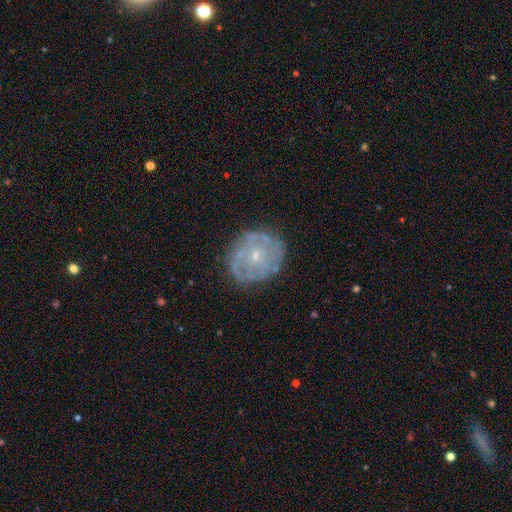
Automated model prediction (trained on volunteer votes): This appears to be a featured or disk galaxy (66%) with no bar (77%), spiral arms (61%) and a small central bulge (70%). Merging: none (76%).